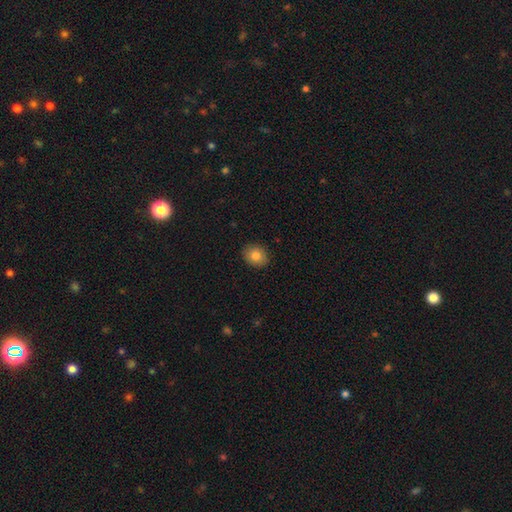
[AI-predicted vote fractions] Smooth or featured?
  - smooth: 82% *
  - featured or disk: 9%
  - star or artifact: 9%
How rounded?
  - round: 59% *
  - in between: 40%
  - cigar-shaped: 1%
Merging?
  - none: 90% *
  - minor disturbance: 8%
  - major disturbance: 2%
  - merger: 1%